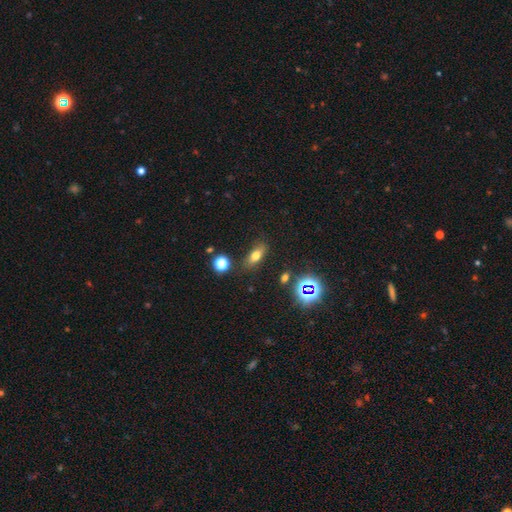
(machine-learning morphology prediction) Smooth or featured? smooth (66%)
How rounded? in between (71%)
Merging? none (79%)